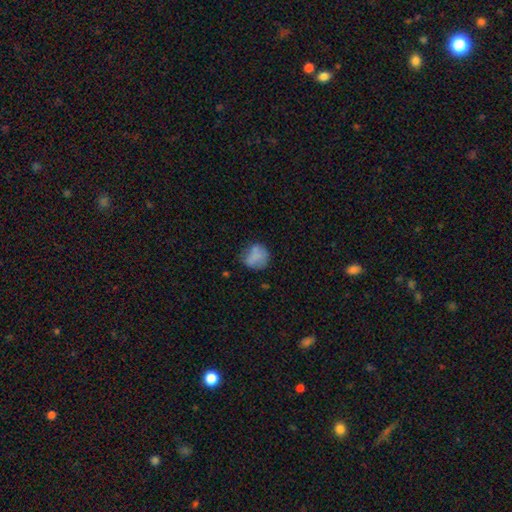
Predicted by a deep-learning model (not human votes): smooth_or_featured: smooth (p=0.76) [alt: featured or disk p=0.14]
how_rounded: round (p=0.77) [alt: in between p=0.22]
merging: none (p=0.58) [alt: minor disturbance p=0.26]